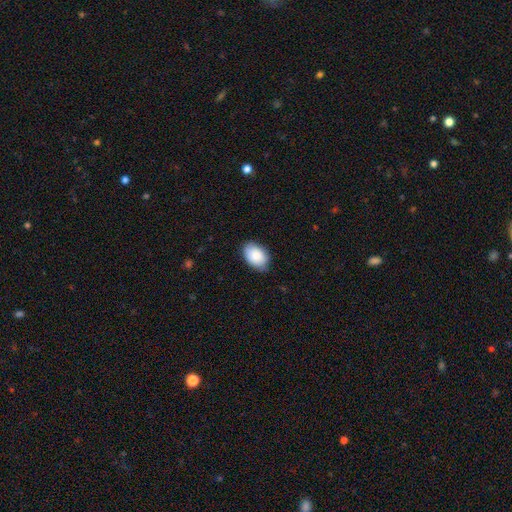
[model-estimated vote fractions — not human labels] A smooth galaxy with no disk features (87%) that is in between round and cigar-shaped (88%).

Vote fractions:
- Smooth or featured? smooth: 87% / featured or disk: 7% / star or artifact: 6%
- How rounded? in between: 88% / round: 11% / cigar-shaped: 1%
- Merging? none: 78% / minor disturbance: 18% / major disturbance: 3% / merger: 1%